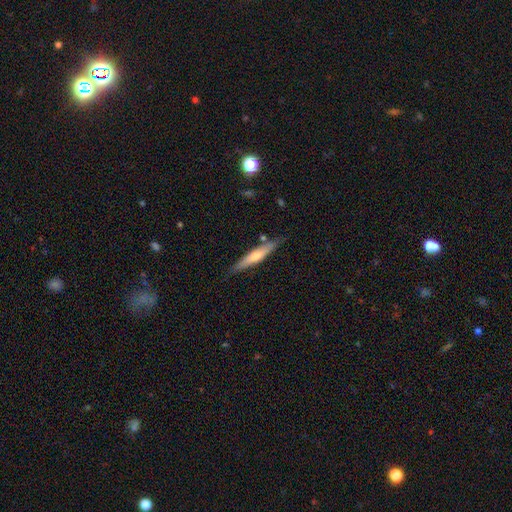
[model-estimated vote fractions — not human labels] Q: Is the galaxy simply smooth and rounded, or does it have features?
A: featured or disk — 57%.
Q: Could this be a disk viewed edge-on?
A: yes — 94%.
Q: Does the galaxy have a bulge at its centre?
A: rounded — 78%.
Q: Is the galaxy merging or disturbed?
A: none — 84%.